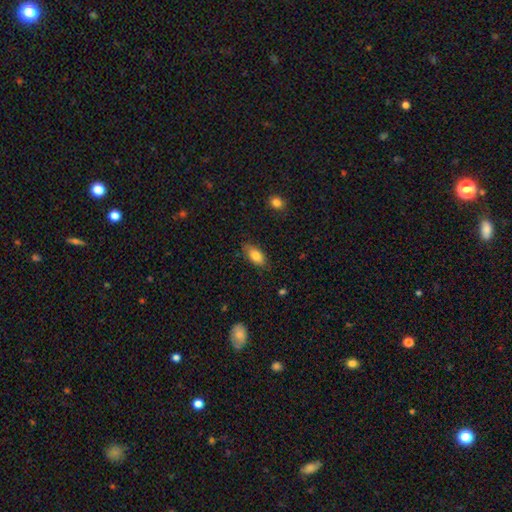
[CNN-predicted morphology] smooth 82%, featured or disk 10%, star or artifact 7%. Down the decision tree: how rounded — in between (89%); merging — none (79%).